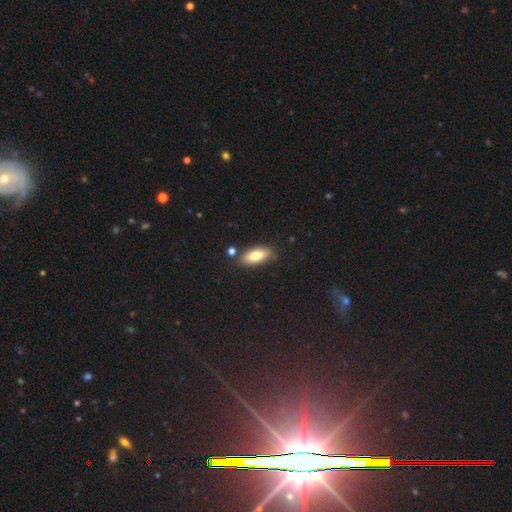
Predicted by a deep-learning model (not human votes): Q: Smooth or featured?
A: smooth (79%); runner-up: featured or disk (14%)
Q: How rounded?
A: in between (83%); runner-up: cigar-shaped (14%)
Q: Merging?
A: none (79%); runner-up: minor disturbance (13%)